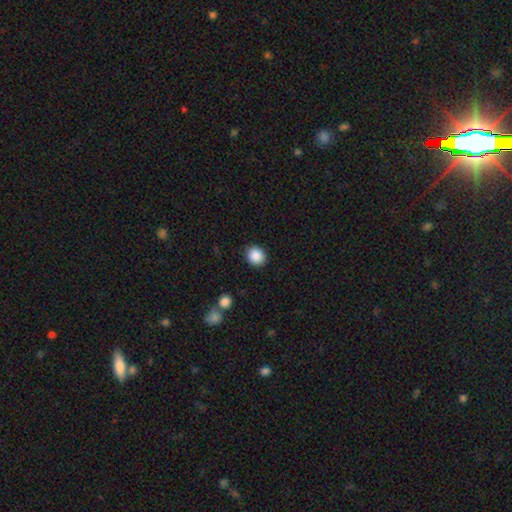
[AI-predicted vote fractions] Q: Smooth or featured?
A: smooth (88%); runner-up: star or artifact (8%)
Q: How rounded?
A: round (76%); runner-up: in between (23%)
Q: Merging?
A: none (91%); runner-up: minor disturbance (6%)